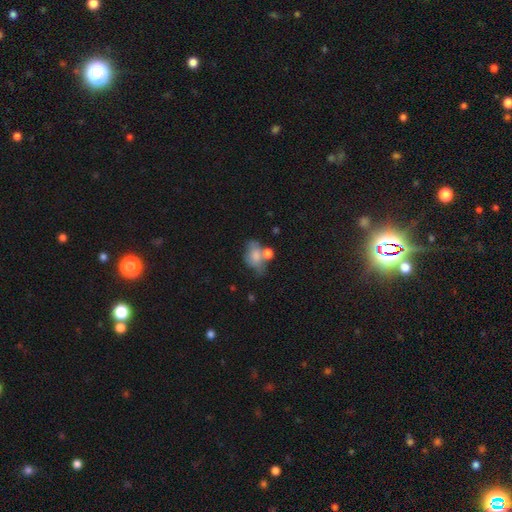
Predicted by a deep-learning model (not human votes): Smooth or featured?
  - smooth: 67% *
  - featured or disk: 23%
  - star or artifact: 10%
How rounded?
  - in between: 78% *
  - round: 21%
  - cigar-shaped: 2%
Merging?
  - merger: 32% *
  - none: 30%
  - minor disturbance: 23%
  - major disturbance: 15%